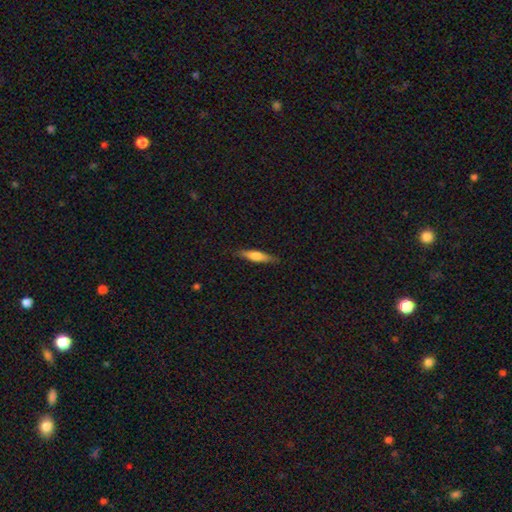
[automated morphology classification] smooth-or-featured: smooth: 60% | featured or disk: 34% | star or artifact: 6%
  how-rounded: cigar-shaped: 79% | in between: 19% | round: 2%
  merging: none: 86% | minor disturbance: 11% | major disturbance: 2% | merger: 1%